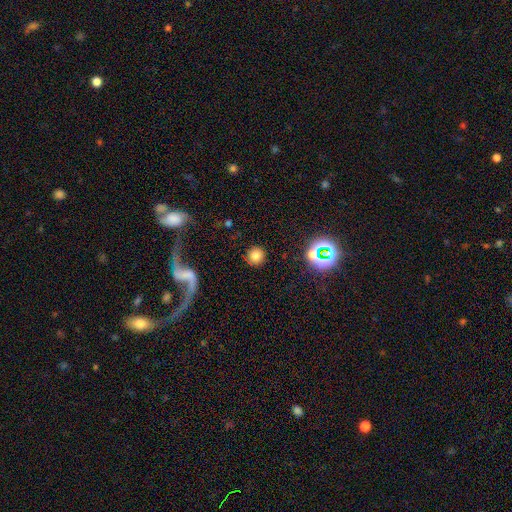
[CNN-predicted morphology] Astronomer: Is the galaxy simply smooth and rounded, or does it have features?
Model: smooth — 76%.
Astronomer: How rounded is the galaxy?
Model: round — 93%.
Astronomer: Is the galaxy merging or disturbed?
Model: none — 88%.